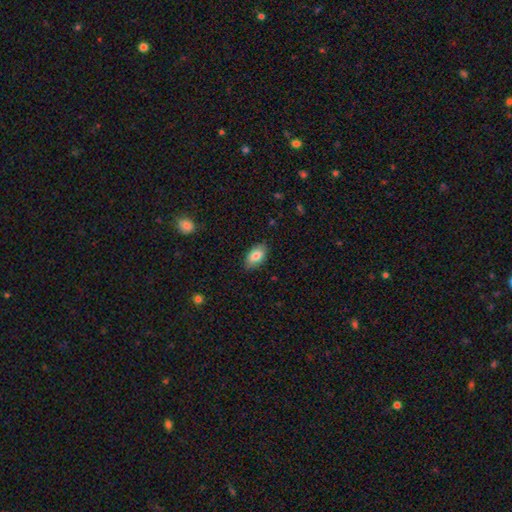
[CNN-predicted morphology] Smooth or featured: smooth — 81% (featured or disk — 12%)
How rounded: in between — 92% (round — 5%)
Merging: none — 84% (minor disturbance — 12%)